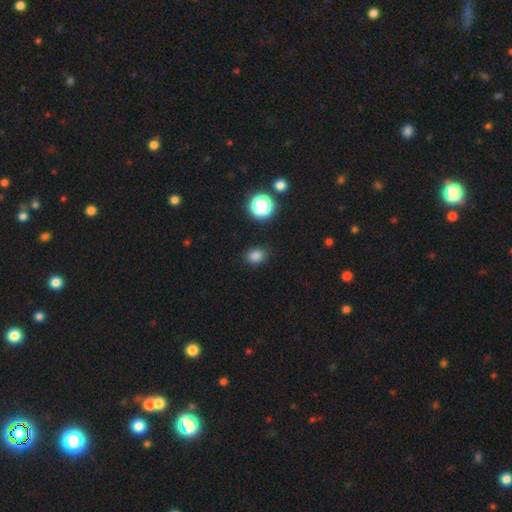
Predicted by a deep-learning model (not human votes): smooth 81%, star or artifact 16%, featured or disk 4%. Down the decision tree: how rounded — round (62%); merging — none (86%).